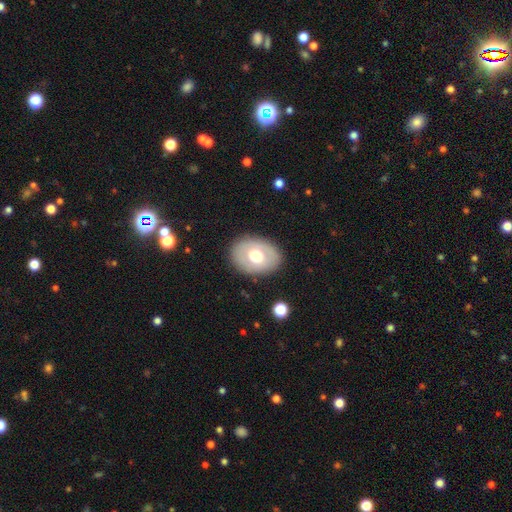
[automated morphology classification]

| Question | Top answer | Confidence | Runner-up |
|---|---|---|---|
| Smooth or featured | smooth | 58% | featured or disk (35%) |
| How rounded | in between | 72% | round (27%) |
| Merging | none | 85% | minor disturbance (10%) |